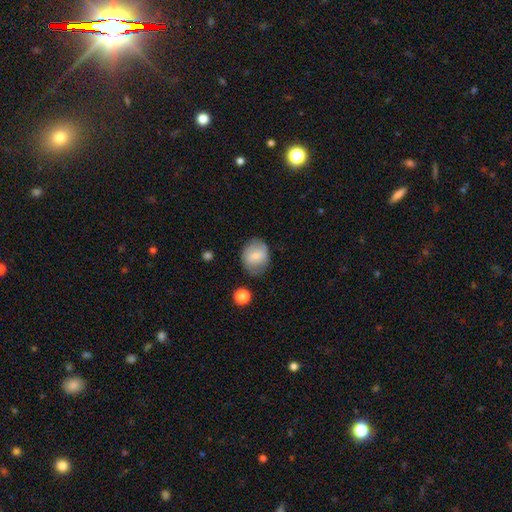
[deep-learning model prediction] smooth_or_featured: smooth (p=0.70) [alt: featured or disk p=0.22]
how_rounded: round (p=0.63) [alt: in between p=0.36]
merging: none (p=0.72) [alt: minor disturbance p=0.20]